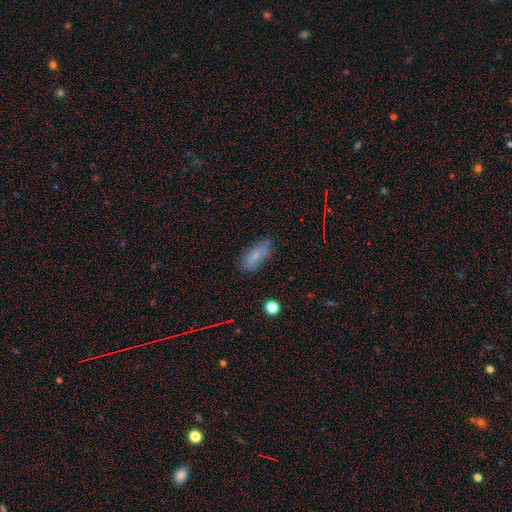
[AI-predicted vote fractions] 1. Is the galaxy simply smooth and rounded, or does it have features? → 72% smooth, 18% featured or disk, 10% star or artifact.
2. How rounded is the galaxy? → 79% in between, 18% cigar-shaped, 3% round.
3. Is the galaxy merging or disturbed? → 74% none, 19% minor disturbance, 5% major disturbance, 2% merger.